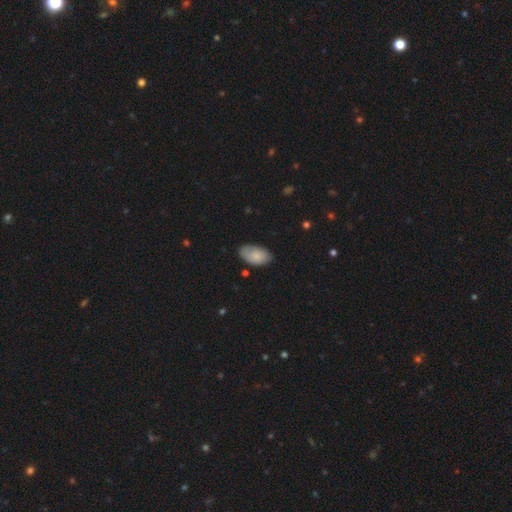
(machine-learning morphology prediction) Smooth or featured?
  - smooth: 83% *
  - featured or disk: 11%
  - star or artifact: 6%
How rounded?
  - in between: 95% *
  - round: 3%
  - cigar-shaped: 2%
Merging?
  - none: 75% *
  - minor disturbance: 20%
  - major disturbance: 3%
  - merger: 1%